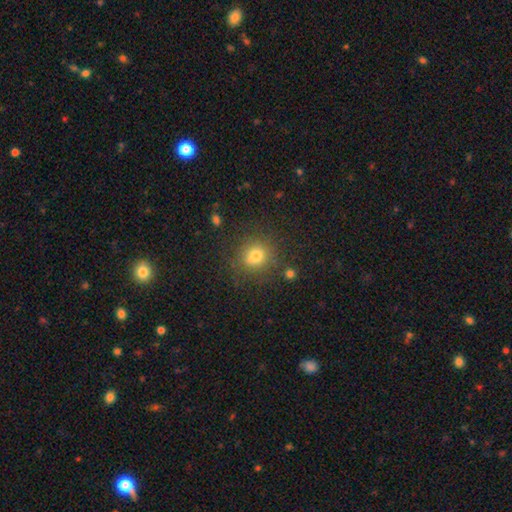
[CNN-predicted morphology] Q: Smooth or featured?
A: smooth (76%); runner-up: star or artifact (16%)
Q: How rounded?
A: round (85%); runner-up: in between (14%)
Q: Merging?
A: none (78%); runner-up: minor disturbance (12%)